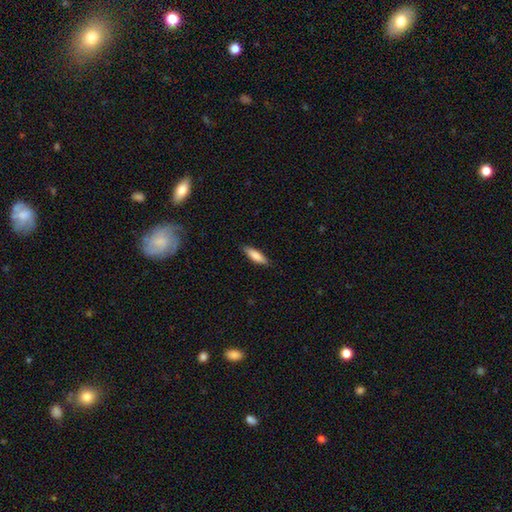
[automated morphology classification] This appears to be a smooth galaxy with no disk features (82%) that is cigar-shaped (55%). Merging: none (86%).